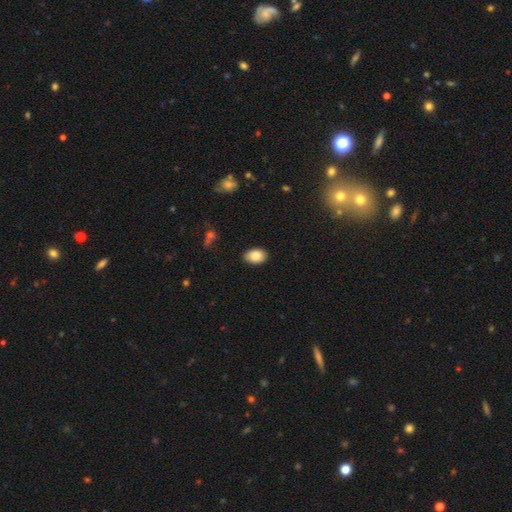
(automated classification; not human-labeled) Smooth or featured? Predicted: smooth (p=0.88). How rounded? Predicted: in between (p=0.87). Merging? Predicted: none (p=0.86).